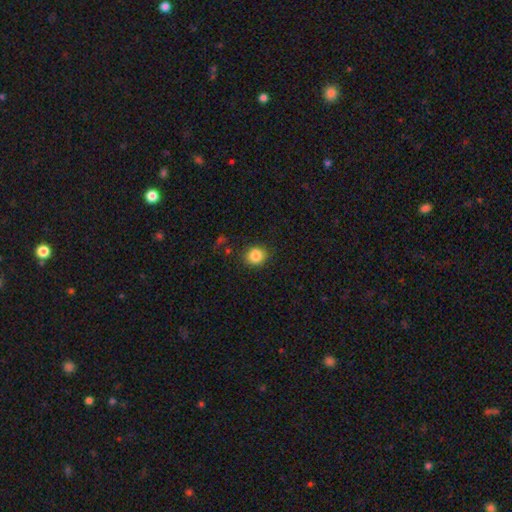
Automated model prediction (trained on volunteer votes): A smooth galaxy with no disk features (85%) that is round (82%).

Vote fractions:
- Smooth or featured? smooth: 85% / star or artifact: 10% / featured or disk: 5%
- How rounded? round: 82% / in between: 17% / cigar-shaped: 1%
- Merging? none: 86% / minor disturbance: 9% / major disturbance: 3% / merger: 2%